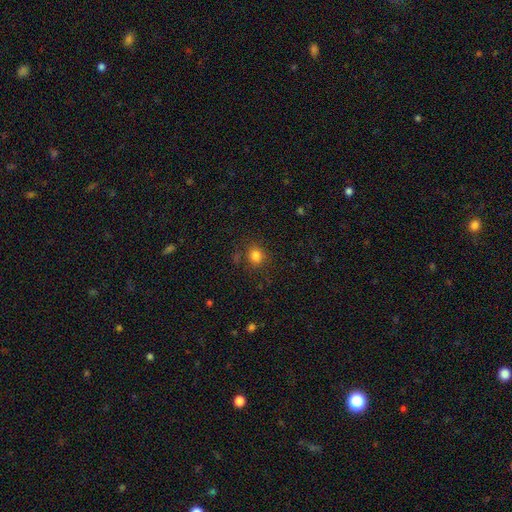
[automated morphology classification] Overall: smooth (82%). How rounded: round (76%). Merging: none (83%).